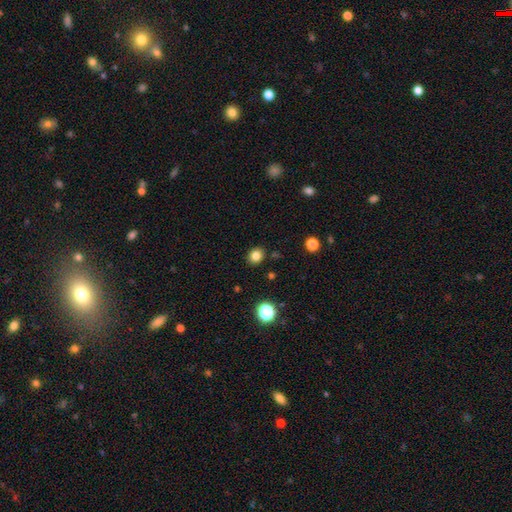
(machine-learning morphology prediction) Overall: smooth (82%). How rounded: round (65%; in between 35%). Merging: none (89%).